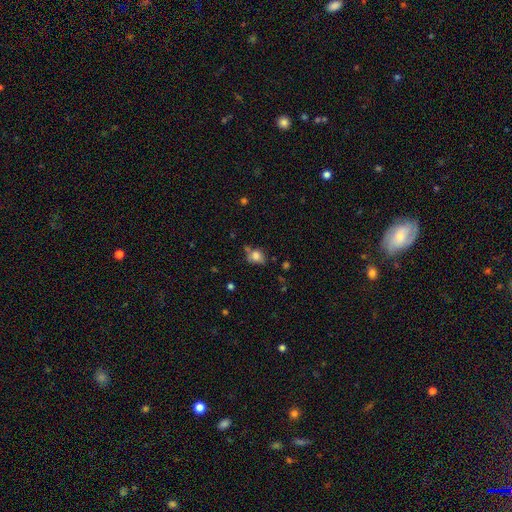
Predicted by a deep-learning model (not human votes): This appears to be a smooth galaxy with no disk features (76%) that is in between round and cigar-shaped (57%). Merging: none (54%).